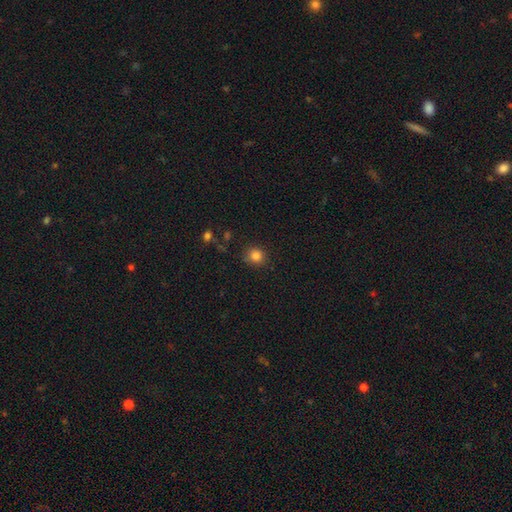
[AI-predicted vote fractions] smooth-or-featured: smooth: 83% | star or artifact: 12% | featured or disk: 5%
  how-rounded: round: 85% | in between: 14% | cigar-shaped: 1%
  merging: none: 83% | minor disturbance: 12% | major disturbance: 3% | merger: 2%